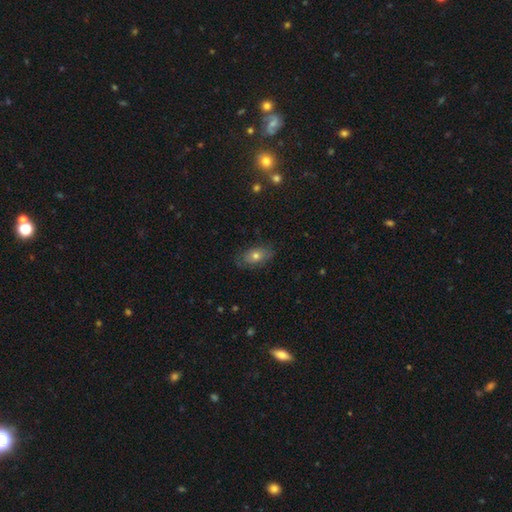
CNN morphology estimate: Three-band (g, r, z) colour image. It shows a smooth galaxy with no disk features (69%) that is in between round and cigar-shaped (87%). Merging: none (77%).